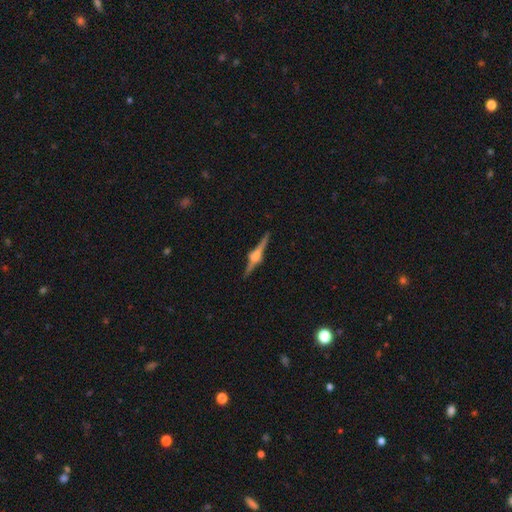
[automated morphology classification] smooth_or_featured: featured or disk (p=0.83) [alt: smooth p=0.10]
disk_edge_on: yes (p=0.98) [alt: no p=0.02]
edge_on_bulge: rounded (p=0.86) [alt: boxy p=0.11]
merging: none (p=0.87) [alt: minor disturbance p=0.09]